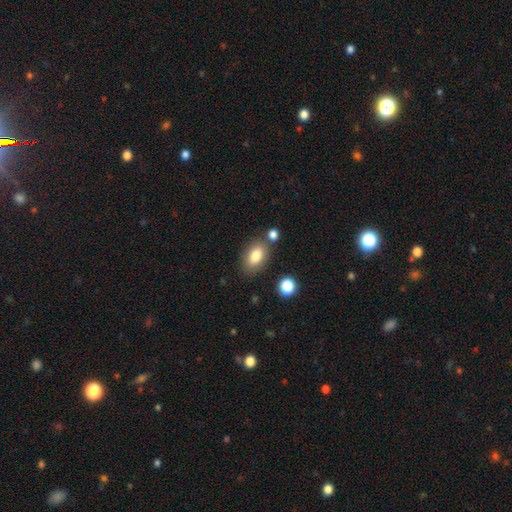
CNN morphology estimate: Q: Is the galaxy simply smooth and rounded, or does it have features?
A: smooth — 82%.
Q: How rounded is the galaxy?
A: in between — 87%.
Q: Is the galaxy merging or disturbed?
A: none — 74%.